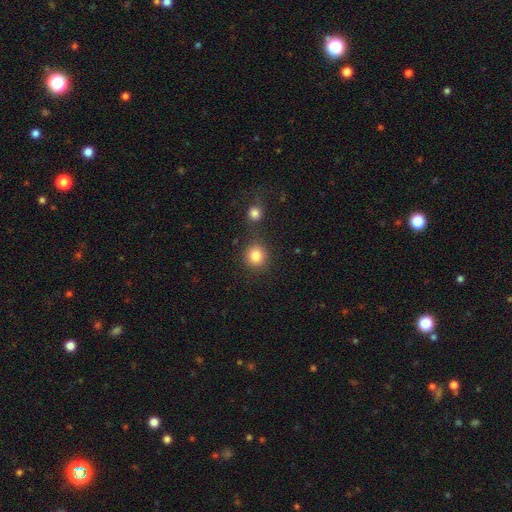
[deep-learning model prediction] Smooth or featured: smooth — 83% (star or artifact — 11%)
How rounded: round — 91% (in between — 8%)
Merging: none — 77% (merger — 11%)